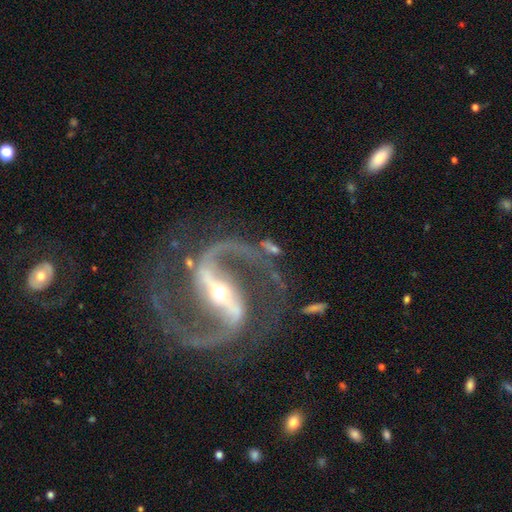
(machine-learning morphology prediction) This appears to be a featured or disk galaxy (94%) with a strong bar (75%), 2 (95%) medium (69%) spiral arms (99%) and a small central bulge (56%). Merging: none (81%).